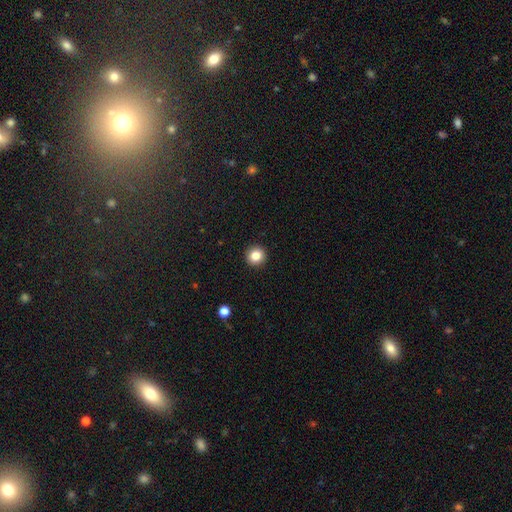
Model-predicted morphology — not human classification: A smooth galaxy with no disk features (83%) that is round (94%). Merging: none (93%).